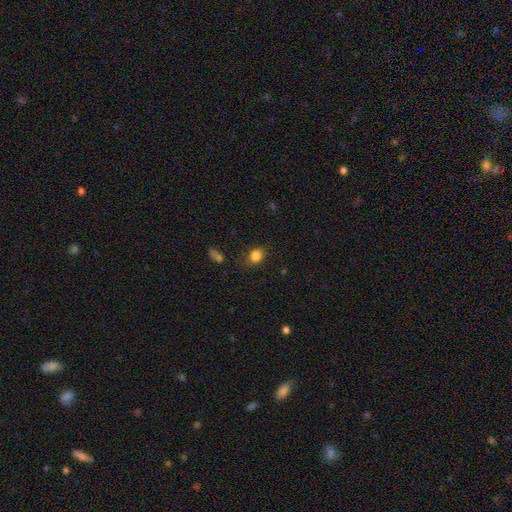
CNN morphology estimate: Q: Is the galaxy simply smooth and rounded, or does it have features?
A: smooth — 83%.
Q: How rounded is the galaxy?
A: round — 53%.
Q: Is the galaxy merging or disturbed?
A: none — 75%.